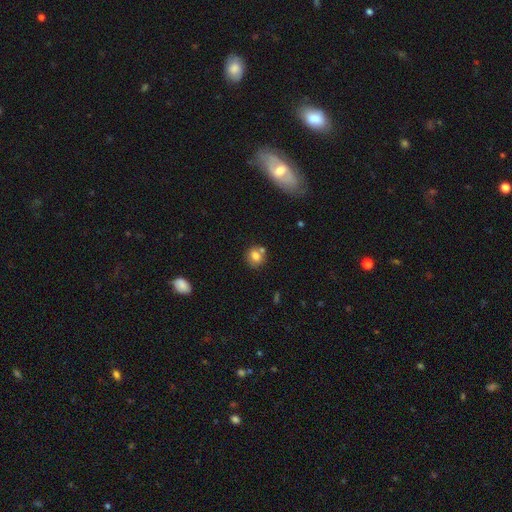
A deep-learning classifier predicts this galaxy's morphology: This is likely a smooth galaxy (77%). How rounded: likely round (72%). Merging: likely none (62%).